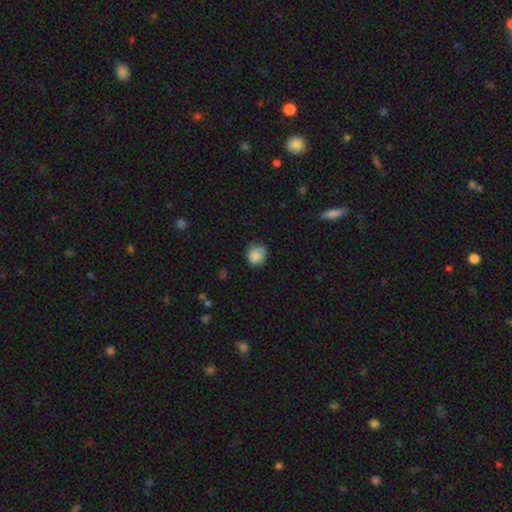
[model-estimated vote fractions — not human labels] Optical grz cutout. It shows a smooth galaxy with no disk features (82%) that is round (81%). Merging: none (61%).